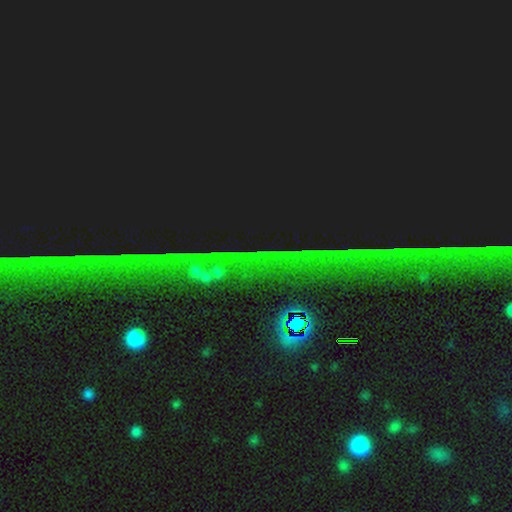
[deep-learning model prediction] Smooth or featured? Predicted: star or artifact (p=0.84).